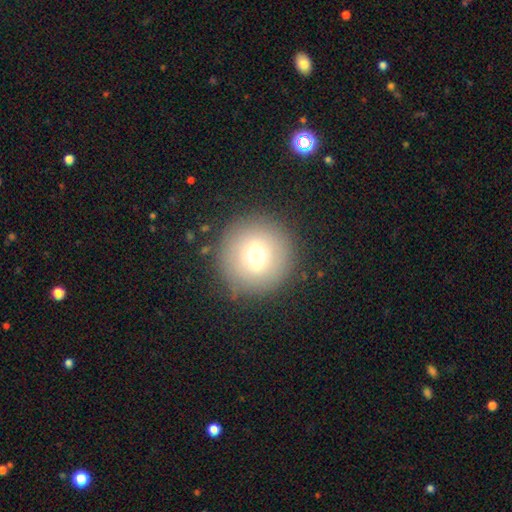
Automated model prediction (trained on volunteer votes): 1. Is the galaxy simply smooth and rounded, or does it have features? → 60% smooth, 28% featured or disk, 12% star or artifact.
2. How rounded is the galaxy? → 94% round, 5% in between, 1% cigar-shaped.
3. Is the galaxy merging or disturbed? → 85% none, 9% minor disturbance, 4% major disturbance, 2% merger.